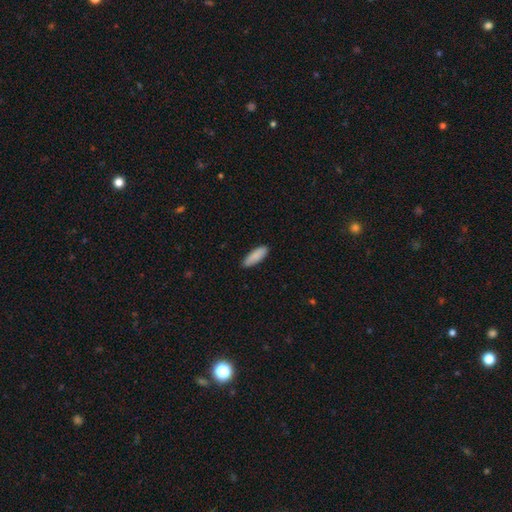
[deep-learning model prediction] Smooth or featured?
  - smooth: 89% *
  - star or artifact: 6%
  - featured or disk: 5%
How rounded?
  - in between: 55% *
  - cigar-shaped: 44%
  - round: 1%
Merging?
  - none: 86% *
  - minor disturbance: 11%
  - major disturbance: 2%
  - merger: 1%